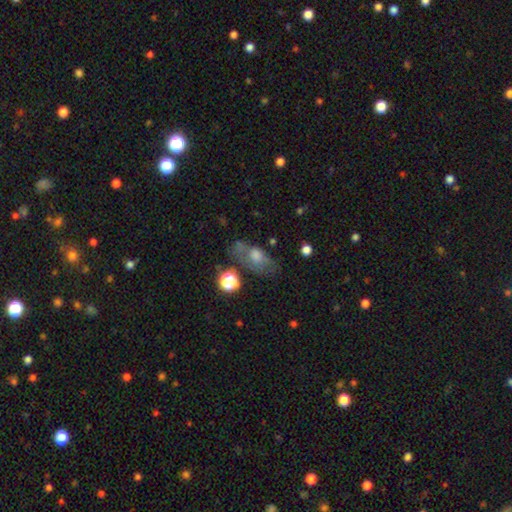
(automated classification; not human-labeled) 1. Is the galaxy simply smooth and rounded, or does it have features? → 50% smooth, 32% featured or disk, 17% star or artifact.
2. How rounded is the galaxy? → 74% in between, 16% round, 10% cigar-shaped.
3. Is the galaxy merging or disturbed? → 56% none, 22% minor disturbance, 14% major disturbance, 9% merger.